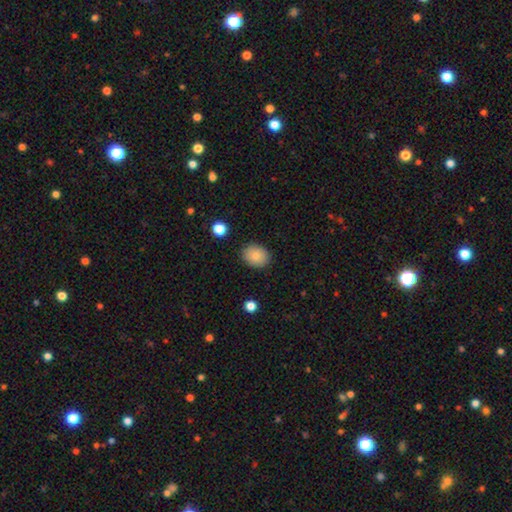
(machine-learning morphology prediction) Smooth or featured: smooth — 82% (featured or disk — 10%)
How rounded: in between — 50% (round — 49%)
Merging: none — 88% (minor disturbance — 9%)